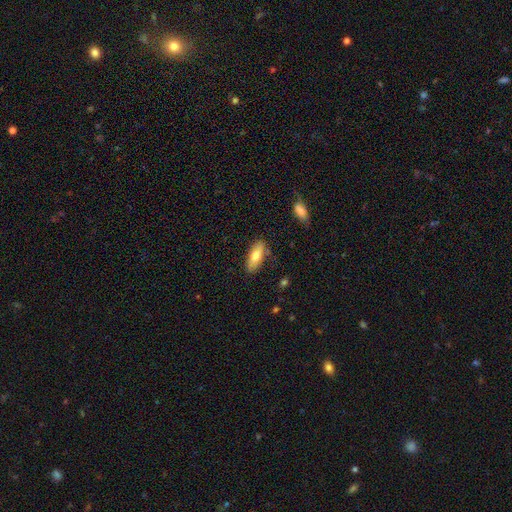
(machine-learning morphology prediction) Smooth or featured?
  - smooth: 72% *
  - featured or disk: 21%
  - star or artifact: 6%
How rounded?
  - in between: 74% *
  - cigar-shaped: 23%
  - round: 2%
Merging?
  - none: 79% *
  - minor disturbance: 15%
  - major disturbance: 3%
  - merger: 2%